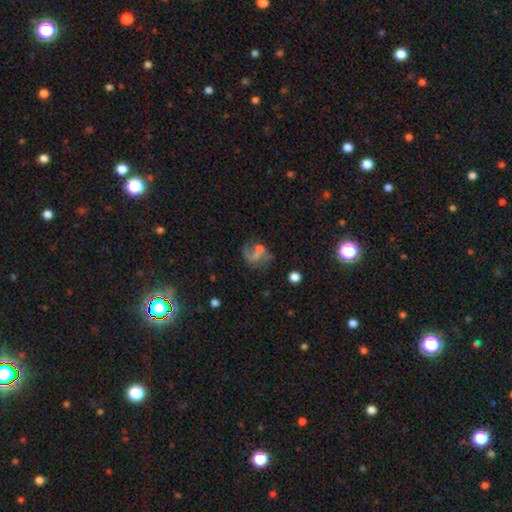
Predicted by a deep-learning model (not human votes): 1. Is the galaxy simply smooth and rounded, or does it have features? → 50% featured or disk, 26% star or artifact, 24% smooth.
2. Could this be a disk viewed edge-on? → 96% no, 4% yes.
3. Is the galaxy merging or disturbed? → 48% none, 19% merger, 17% major disturbance, 16% minor disturbance.